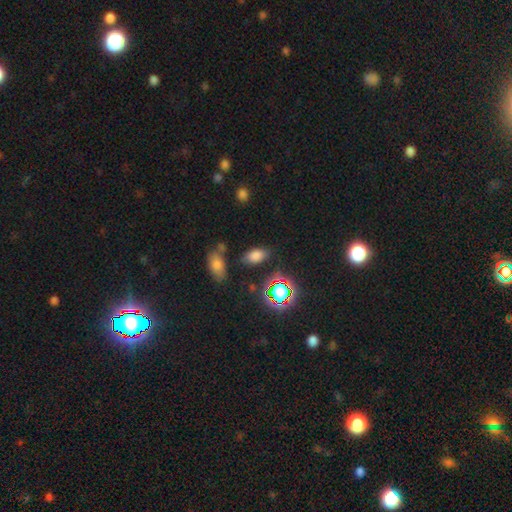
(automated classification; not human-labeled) Smooth or featured: smooth — 73% (star or artifact — 19%)
How rounded: in between — 91% (round — 6%)
Merging: none — 78% (minor disturbance — 13%)